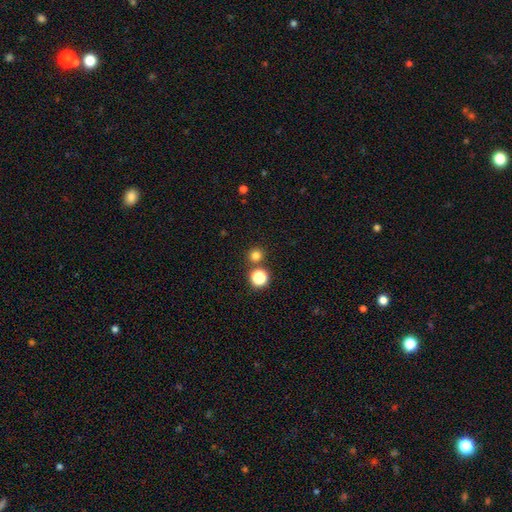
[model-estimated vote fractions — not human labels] A smooth galaxy with no disk features (77%) that is round (93%). Merging: none (81%).